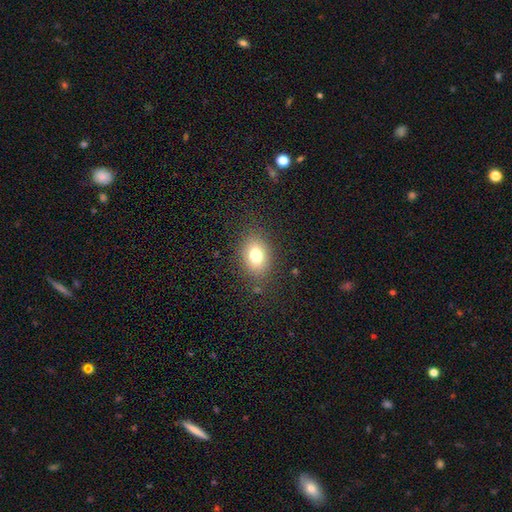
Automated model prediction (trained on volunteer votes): The model was most divided on "how rounded": in between: 67%, round: 31%, cigar-shaped: 1%. More confident: merging — none (83%); smooth or featured — smooth (77%).